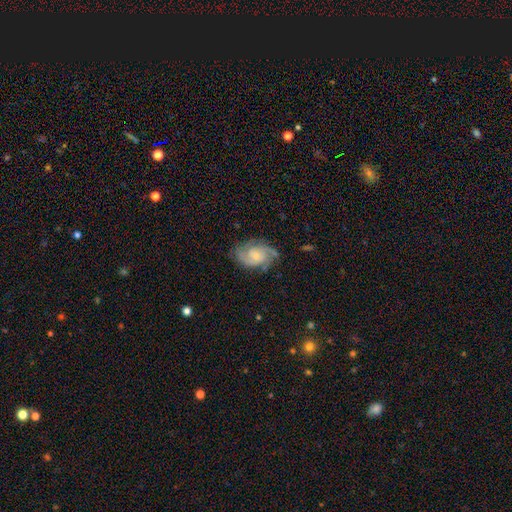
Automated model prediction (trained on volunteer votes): smooth_or_featured: featured or disk (p=0.83) [alt: smooth p=0.11]
disk_edge_on: no (p=0.97) [alt: yes p=0.03]
bar: no (p=0.63) [alt: weak p=0.32]
has_spiral_arms: yes (p=0.97) [alt: no p=0.03]
spiral_winding: medium (p=0.46) [alt: tight p=0.42]
spiral_arm_count: 2 (p=0.54) [alt: 3 p=0.21]
bulge_size: small (p=0.56) [alt: moderate p=0.35]
merging: none (p=0.72) [alt: minor disturbance p=0.19]